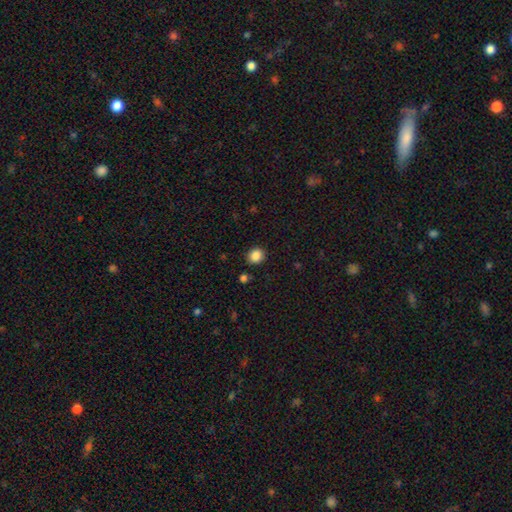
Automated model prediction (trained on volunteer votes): Q: Smooth or featured?
A: smooth (86%); runner-up: star or artifact (10%)
Q: How rounded?
A: round (82%); runner-up: in between (17%)
Q: Merging?
A: none (88%); runner-up: minor disturbance (7%)